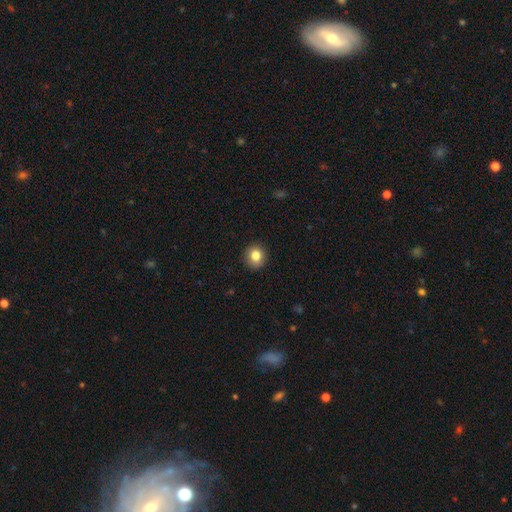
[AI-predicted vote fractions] Overall: smooth (83%). How rounded: round (87%). Merging: none (90%).